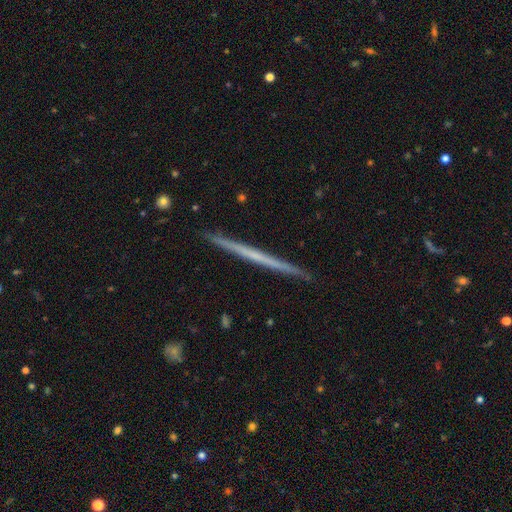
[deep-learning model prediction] smooth-or-featured: featured or disk: 63% | smooth: 32% | star or artifact: 5%
  disk-edge-on: yes: 98% | no: 2%
    edge-on-bulge: none: 86% | rounded: 11% | boxy: 3%
  merging: none: 93% | minor disturbance: 5% | major disturbance: 1% | merger: 1%